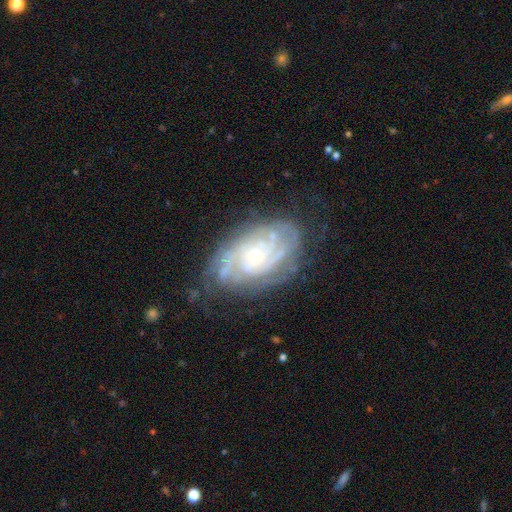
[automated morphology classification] Smooth or featured? Predicted: featured or disk (p=0.86). Edge-on disk? Predicted: no (p=0.96). Bar? Predicted: no (p=0.76). Spiral arms? Predicted: yes (p=0.95). Spiral winding? Predicted: tight (p=0.70). Spiral arm count? Predicted: can't tell (p=0.37). Bulge size? Predicted: small (p=0.70). Merging? Predicted: none (p=0.70).